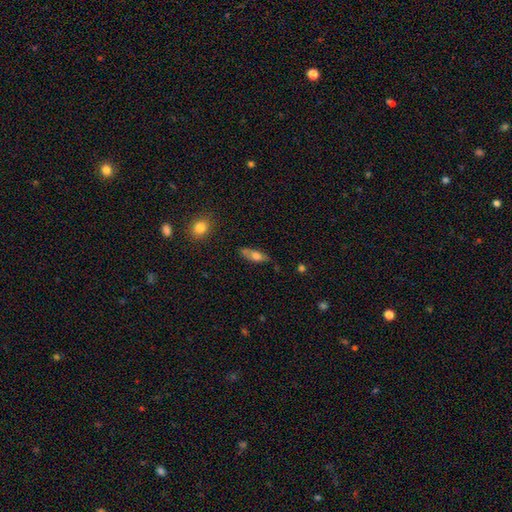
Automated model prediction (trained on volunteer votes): smooth_or_featured: smooth (p=0.62) [alt: featured or disk p=0.30]
how_rounded: in between (p=0.63) [alt: cigar-shaped p=0.33]
merging: none (p=0.64) [alt: minor disturbance p=0.23]